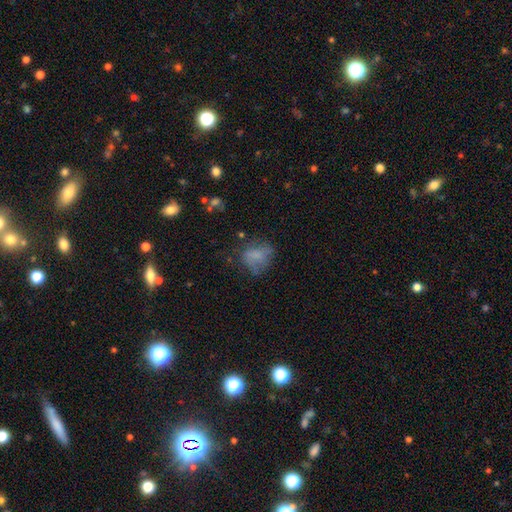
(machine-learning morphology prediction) smooth_or_featured: smooth (p=0.61) [alt: featured or disk p=0.25]
how_rounded: in between (p=0.53) [alt: round p=0.45]
merging: none (p=0.46) [alt: minor disturbance p=0.27]